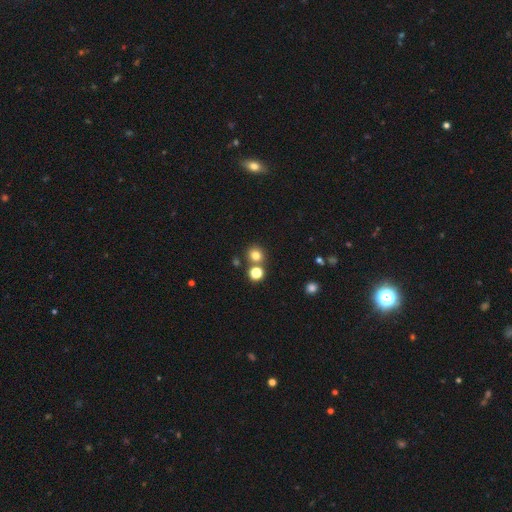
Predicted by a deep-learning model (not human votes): Smooth or featured?
  - smooth: 77% *
  - star or artifact: 16%
  - featured or disk: 7%
How rounded?
  - round: 89% *
  - in between: 10%
  - cigar-shaped: 1%
Merging?
  - none: 72% *
  - merger: 18%
  - minor disturbance: 7%
  - major disturbance: 3%